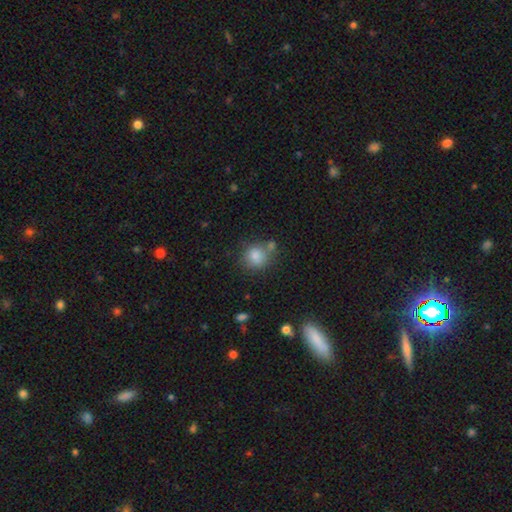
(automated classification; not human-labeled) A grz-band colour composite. It shows a smooth galaxy with no disk features (84%) that is round (85%). Merging: none (67%).